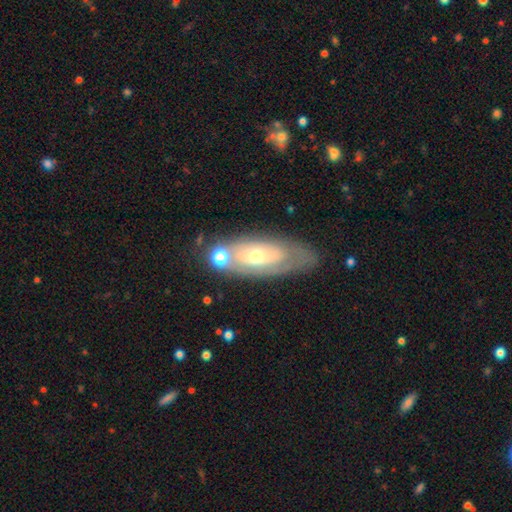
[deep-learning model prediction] Smooth or featured: featured or disk — 67% (smooth — 26%)
Edge-on disk: no — 84% (yes — 16%)
Bar: no — 75% (weak — 19%)
Spiral arms: yes — 52% (no — 48%)
Bulge size: small — 52% (moderate — 42%)
Merging: none — 65% (minor disturbance — 18%)